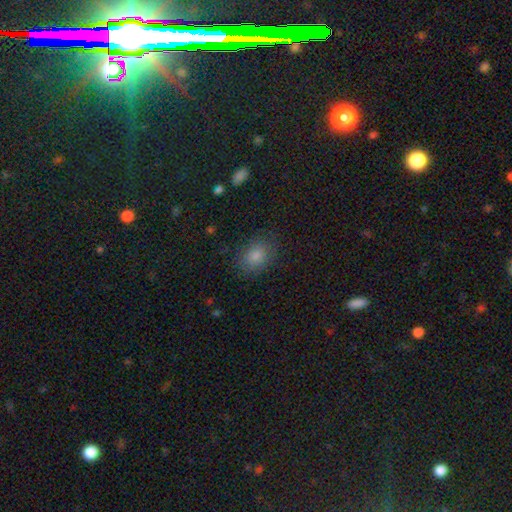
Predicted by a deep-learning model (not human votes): Q: Smooth or featured?
A: smooth (79%); runner-up: star or artifact (13%)
Q: How rounded?
A: in between (64%); runner-up: round (35%)
Q: Merging?
A: none (82%); runner-up: minor disturbance (13%)